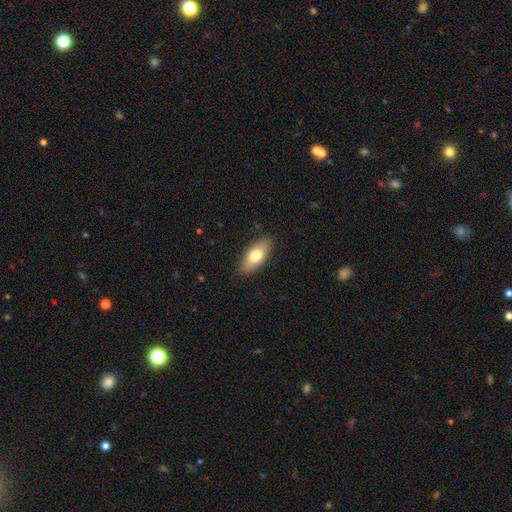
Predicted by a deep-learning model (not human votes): A smooth galaxy with no disk features (73%) that is in between round and cigar-shaped (85%). Merging: none (86%).